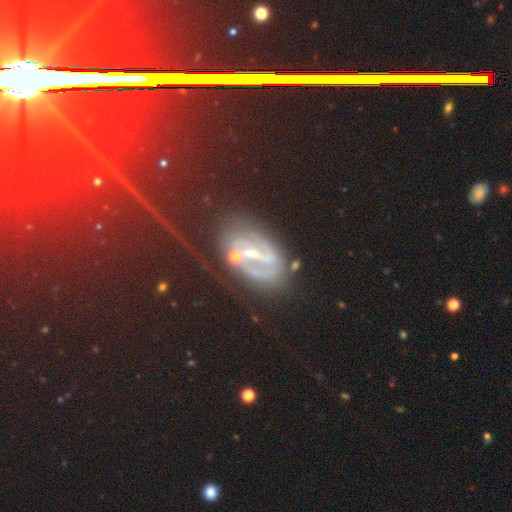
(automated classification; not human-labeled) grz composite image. It shows a featured or disk galaxy (45%). Merging: none (66%).